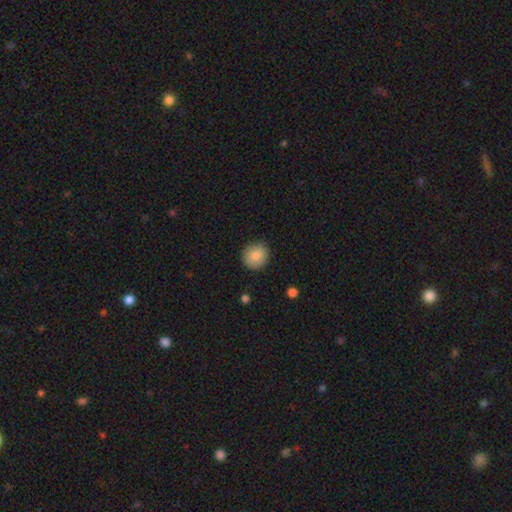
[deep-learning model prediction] smooth_or_featured: smooth (p=0.86) [alt: star or artifact p=0.08]
how_rounded: round (p=0.85) [alt: in between p=0.14]
merging: none (p=0.88) [alt: minor disturbance p=0.09]